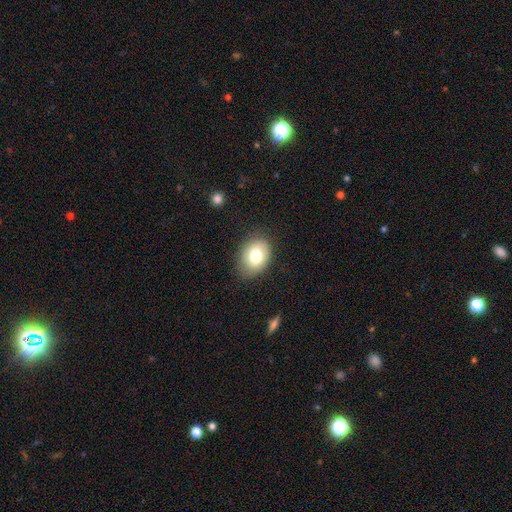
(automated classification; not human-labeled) This is likely a smooth galaxy (77%). How rounded: likely in between (71%). Merging: clearly none (80%).